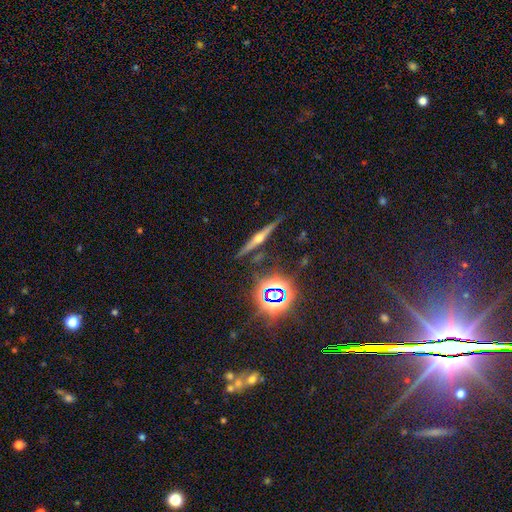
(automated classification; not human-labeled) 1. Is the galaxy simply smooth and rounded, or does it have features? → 45% featured or disk, 40% star or artifact, 15% smooth.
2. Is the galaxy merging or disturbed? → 82% none, 9% minor disturbance, 5% merger, 4% major disturbance.